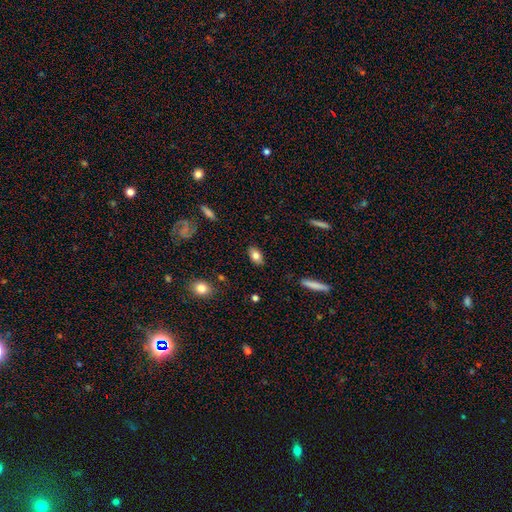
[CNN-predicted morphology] Smooth or featured?
  - smooth: 79% *
  - featured or disk: 12%
  - star or artifact: 8%
How rounded?
  - in between: 89% *
  - round: 7%
  - cigar-shaped: 4%
Merging?
  - none: 86% *
  - minor disturbance: 10%
  - major disturbance: 2%
  - merger: 1%